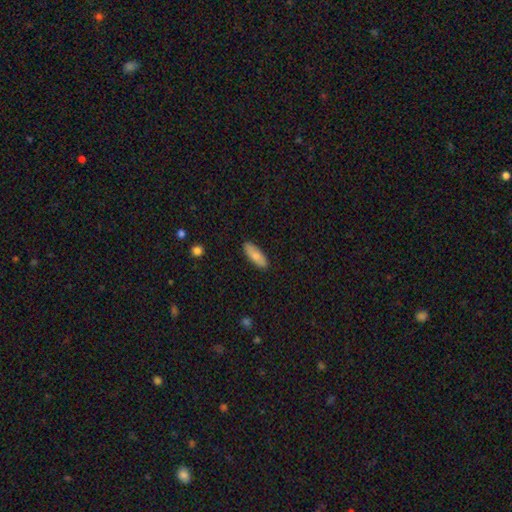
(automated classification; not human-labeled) smooth_or_featured: smooth (p=0.80) [alt: featured or disk p=0.14]
how_rounded: in between (p=0.64) [alt: cigar-shaped p=0.34]
merging: none (p=0.88) [alt: minor disturbance p=0.09]